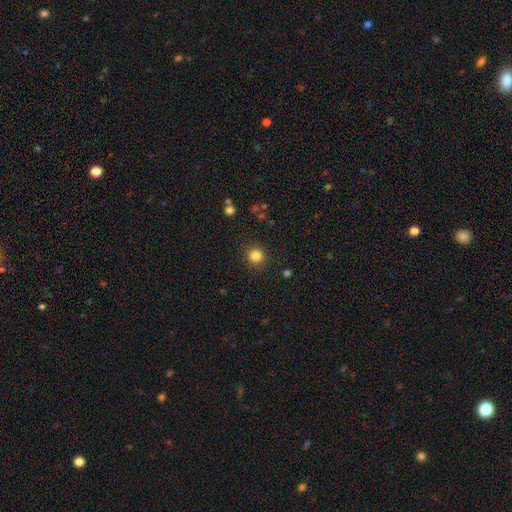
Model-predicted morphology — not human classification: Overall: smooth (83%). How rounded: round (93%). Merging: none (89%).